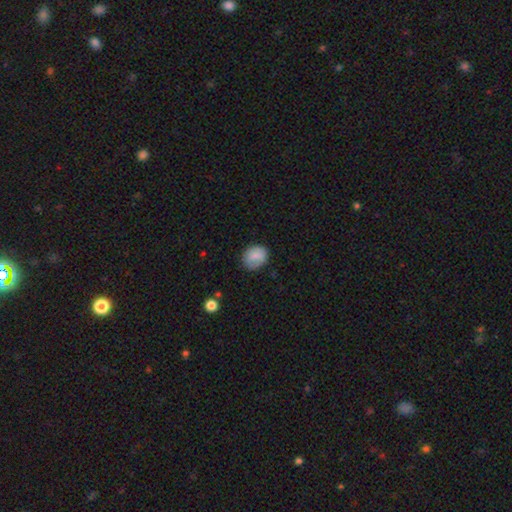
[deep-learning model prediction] Smooth or featured? smooth (81%)
How rounded? round (60%)
Merging? none (77%)